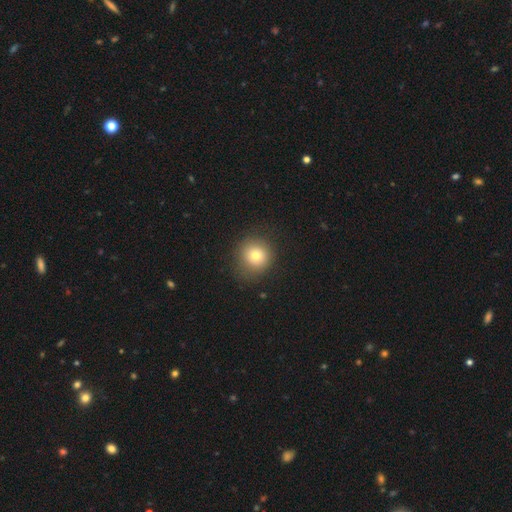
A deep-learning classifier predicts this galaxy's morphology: Smooth or featured? smooth (74%)
How rounded? round (91%)
Merging? none (83%)